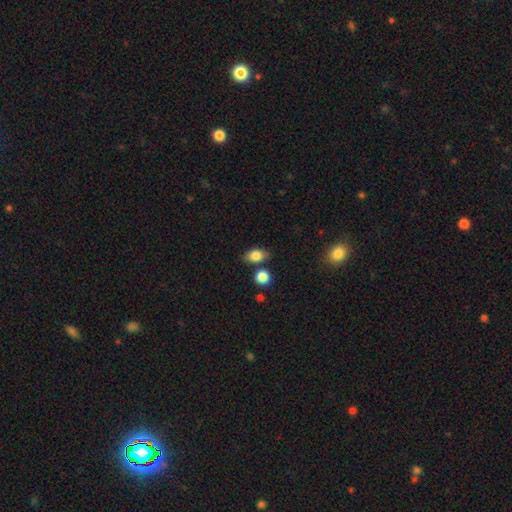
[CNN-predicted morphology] smooth_or_featured: smooth (p=0.83) [alt: featured or disk p=0.09]
how_rounded: in between (p=0.79) [alt: round p=0.18]
merging: none (p=0.73) [alt: minor disturbance p=0.14]